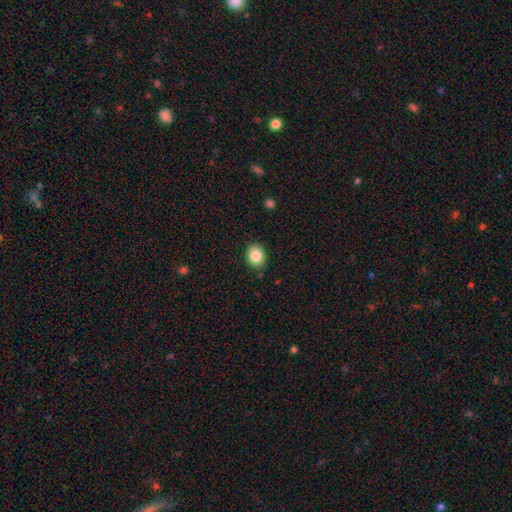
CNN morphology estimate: Q: Smooth or featured?
A: smooth (86%); runner-up: star or artifact (9%)
Q: How rounded?
A: round (62%); runner-up: in between (38%)
Q: Merging?
A: none (88%); runner-up: minor disturbance (9%)